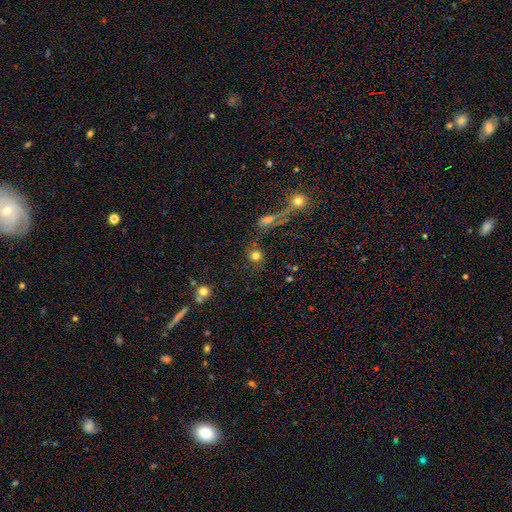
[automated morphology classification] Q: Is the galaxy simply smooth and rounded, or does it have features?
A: smooth — 77%.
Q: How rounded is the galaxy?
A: round — 88%.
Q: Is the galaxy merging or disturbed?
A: none — 65%.